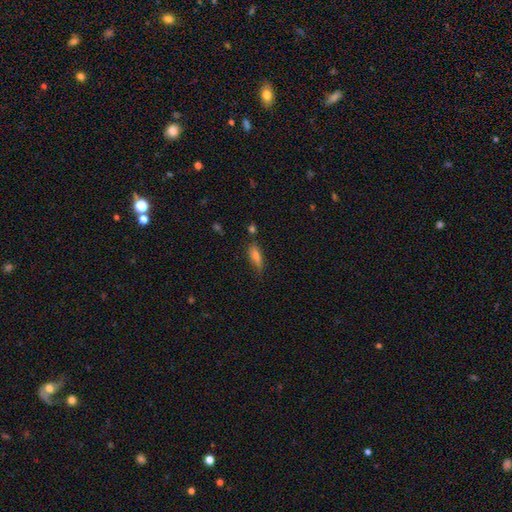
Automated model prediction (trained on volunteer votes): Smooth or featured: smooth — 66% (featured or disk — 22%)
How rounded: in between — 58% (cigar-shaped — 39%)
Merging: none — 64% (minor disturbance — 25%)